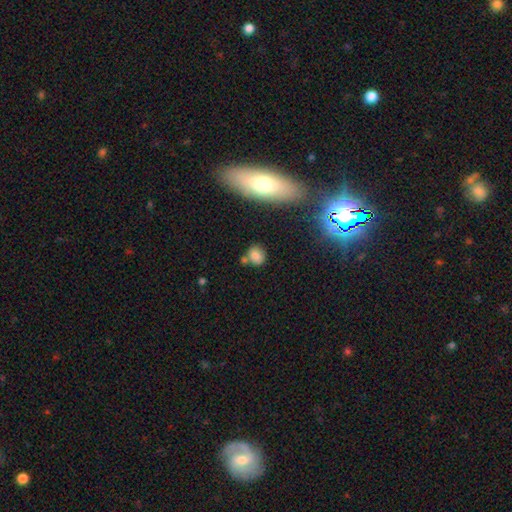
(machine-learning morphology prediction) A smooth galaxy with no disk features (79%) that is round (55%).

Vote fractions:
- Smooth or featured? smooth: 79% / star or artifact: 13% / featured or disk: 9%
- How rounded? round: 55% / in between: 42% / cigar-shaped: 2%
- Merging? none: 62% / minor disturbance: 17% / merger: 16% / major disturbance: 5%